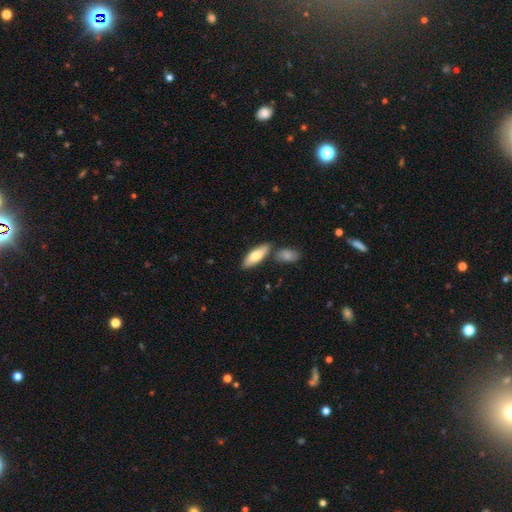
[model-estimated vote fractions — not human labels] Smooth or featured? Predicted: smooth (p=0.75). How rounded? Predicted: in between (p=0.71). Merging? Predicted: none (p=0.72).